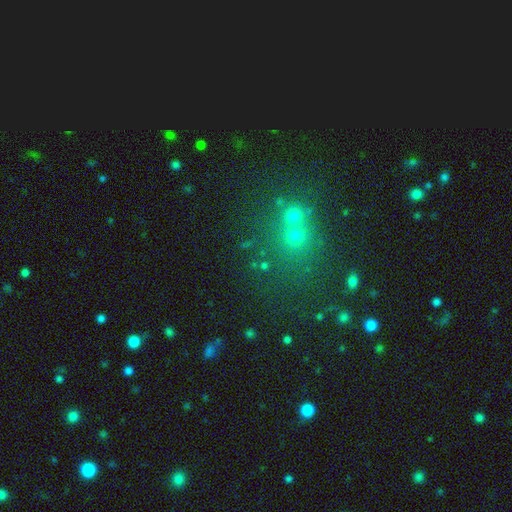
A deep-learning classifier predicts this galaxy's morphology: The model was most divided on "smooth or featured": star or artifact: 54%, smooth: 36%, featured or disk: 10%.